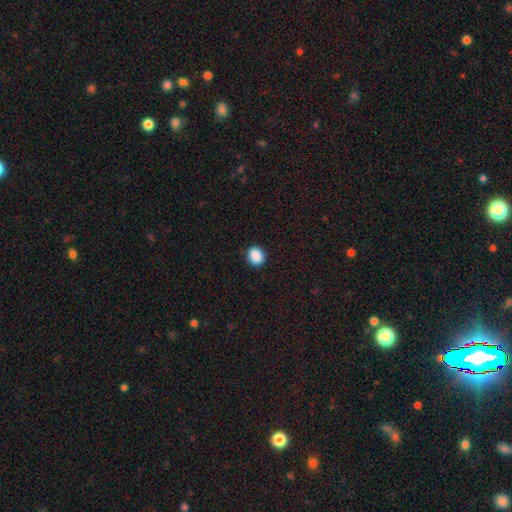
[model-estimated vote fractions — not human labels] smooth_or_featured: smooth (p=0.89) [alt: star or artifact p=0.08]
how_rounded: round (p=0.63) [alt: in between p=0.36]
merging: none (p=0.91) [alt: minor disturbance p=0.07]